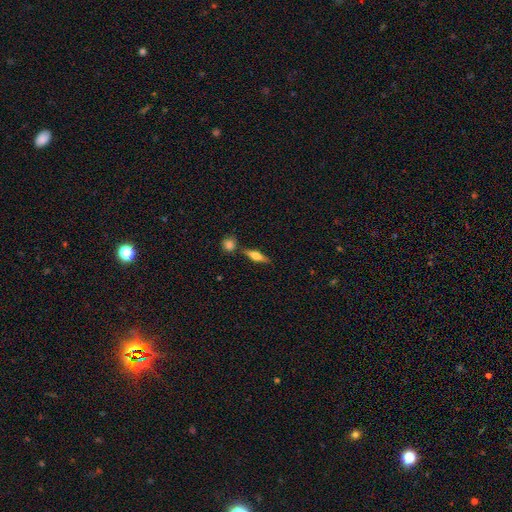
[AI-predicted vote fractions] Smooth or featured? Predicted: featured or disk (p=0.51). Edge-on disk? Predicted: yes (p=0.94). Merging? Predicted: none (p=0.76).